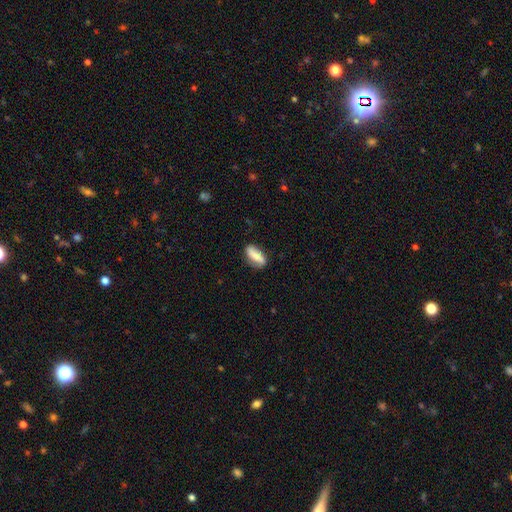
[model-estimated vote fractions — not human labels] Overall: smooth (63%; featured or disk 30%). How rounded: in between (73%). Merging: none (74%).